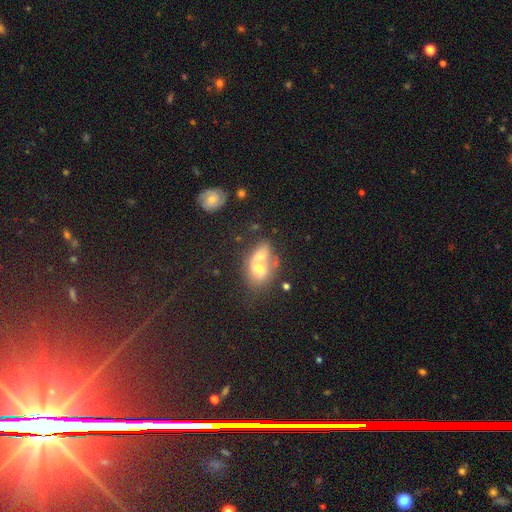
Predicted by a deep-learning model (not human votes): Morphology: type=smooth (51%); roundness=in between (60%); merging=merger (57%).